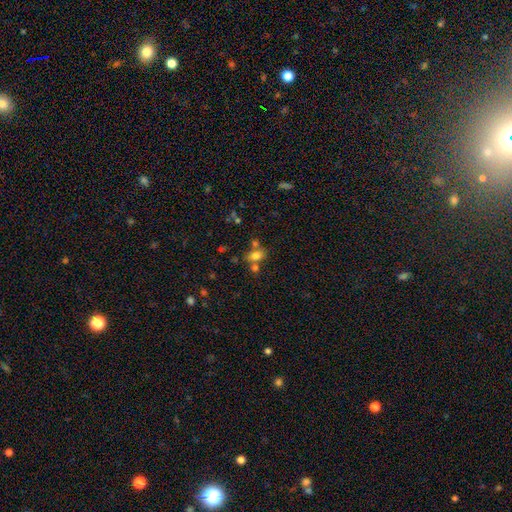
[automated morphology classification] A smooth galaxy with no disk features (74%) that is in between round and cigar-shaped (71%).

Vote fractions:
- Smooth or featured? smooth: 74% / star or artifact: 14% / featured or disk: 11%
- How rounded? in between: 71% / round: 26% / cigar-shaped: 3%
- Merging? none: 50% / merger: 32% / minor disturbance: 12% / major disturbance: 5%